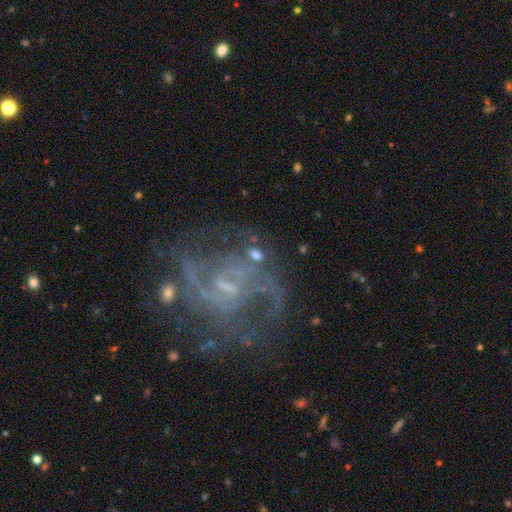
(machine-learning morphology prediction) Smooth or featured?
  - featured or disk: 84% *
  - star or artifact: 9%
  - smooth: 7%
Edge-on disk?
  - no: 97% *
  - yes: 3%
Bar?
  - weak: 51% *
  - strong: 29%
  - no: 20%
Spiral arms?
  - yes: 91% *
  - no: 9%
Spiral winding?
  - medium: 48% *
  - tight: 32%
  - loose: 21%
Spiral arm count?
  - 2: 50% *
  - can't tell: 20%
  - 3: 12%
  - 4: 6%
  - 1: 6%
  - more than 4: 6%
Bulge size?
  - small: 46% *
  - none: 27%
  - moderate: 23%
  - large: 3%
  - dominant: 1%
Merging?
  - none: 55% *
  - major disturbance: 20%
  - minor disturbance: 18%
  - merger: 7%